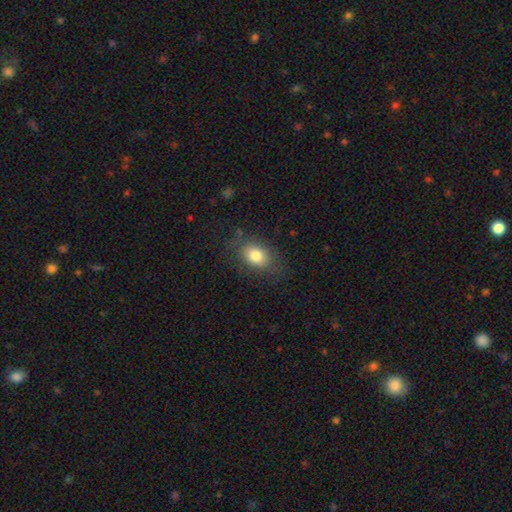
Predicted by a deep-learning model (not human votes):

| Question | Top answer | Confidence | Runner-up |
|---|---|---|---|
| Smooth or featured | smooth | 79% | featured or disk (12%) |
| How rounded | in between | 74% | round (25%) |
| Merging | none | 75% | minor disturbance (17%) |